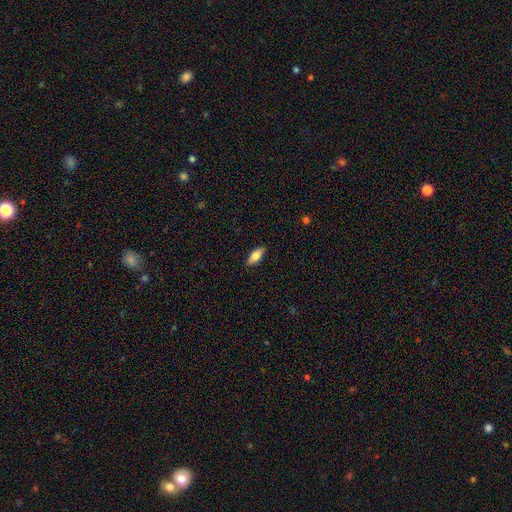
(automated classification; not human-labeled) Smooth or featured: smooth — 69% (featured or disk — 25%)
How rounded: in between — 74% (cigar-shaped — 23%)
Merging: none — 88% (minor disturbance — 9%)